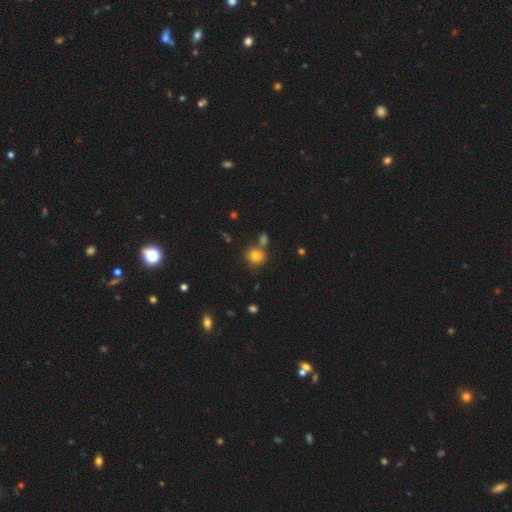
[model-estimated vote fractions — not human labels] Overall: smooth (80%). How rounded: round (82%). Merging: none (68%).